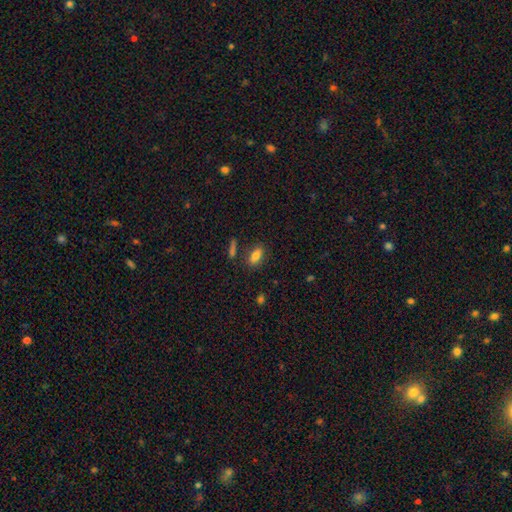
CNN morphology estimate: Smooth or featured?
  - smooth: 81% *
  - featured or disk: 11%
  - star or artifact: 9%
How rounded?
  - in between: 82% *
  - cigar-shaped: 13%
  - round: 5%
Merging?
  - none: 80% *
  - minor disturbance: 11%
  - merger: 6%
  - major disturbance: 3%